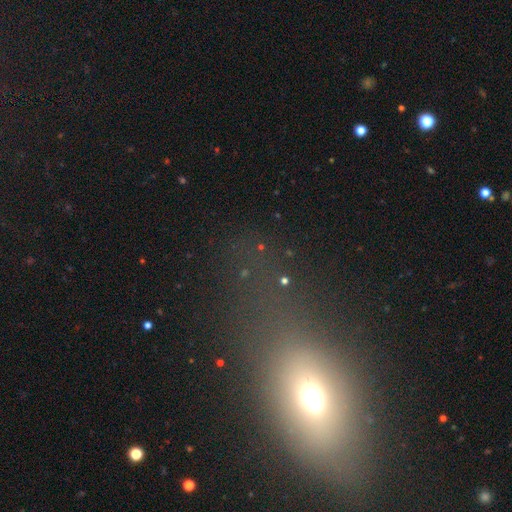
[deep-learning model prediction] This is possibly a smooth galaxy (46%). Merging: likely none (65%).